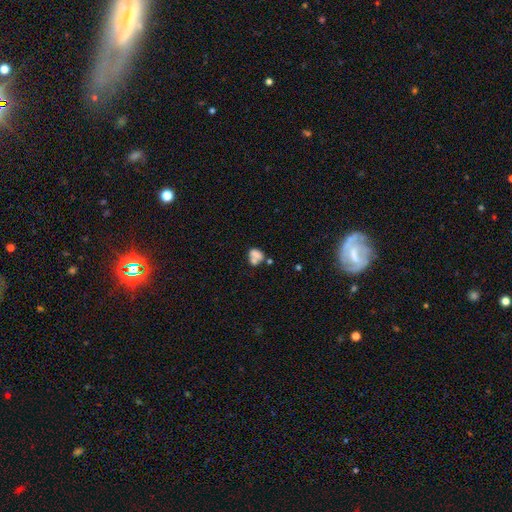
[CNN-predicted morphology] Smooth or featured?
  - smooth: 65% *
  - featured or disk: 24%
  - star or artifact: 11%
How rounded?
  - in between: 59% *
  - round: 39%
  - cigar-shaped: 2%
Merging?
  - merger: 46% *
  - none: 28%
  - minor disturbance: 15%
  - major disturbance: 11%